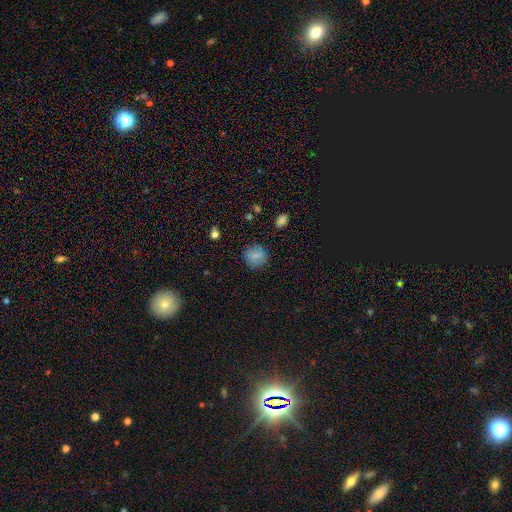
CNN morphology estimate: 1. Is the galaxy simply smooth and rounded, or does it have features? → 77% smooth, 12% featured or disk, 11% star or artifact.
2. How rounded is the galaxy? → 83% round, 16% in between, 1% cigar-shaped.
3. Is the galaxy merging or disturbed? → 83% none, 12% minor disturbance, 4% major disturbance, 1% merger.